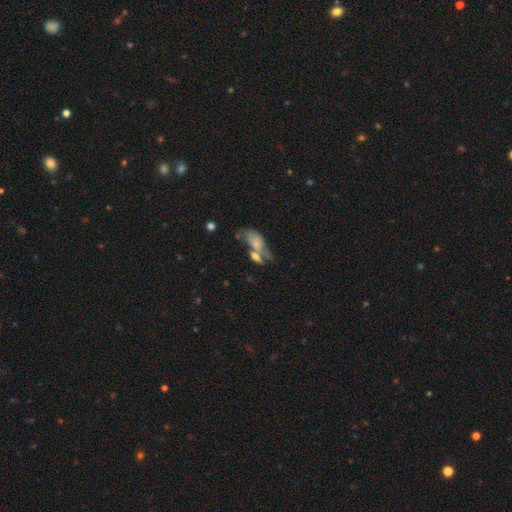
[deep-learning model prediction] smooth-or-featured: smooth: 67% | featured or disk: 24% | star or artifact: 9%
  how-rounded: in between: 80% | cigar-shaped: 13% | round: 7%
  merging: merger: 53% | none: 23% | minor disturbance: 13% | major disturbance: 11%